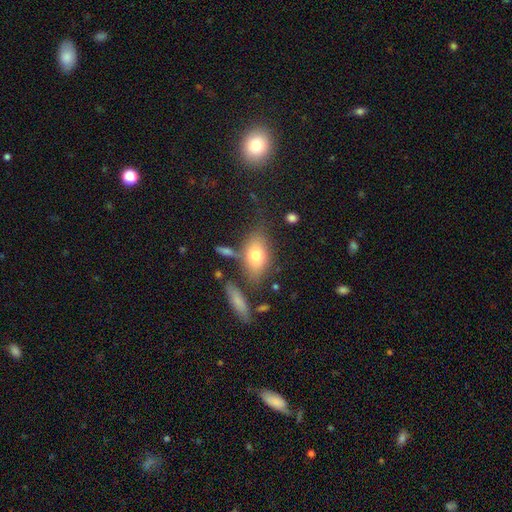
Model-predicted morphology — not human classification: Smooth or featured?
  - smooth: 72% *
  - featured or disk: 19%
  - star or artifact: 9%
How rounded?
  - in between: 82% *
  - round: 12%
  - cigar-shaped: 6%
Merging?
  - none: 64% *
  - minor disturbance: 17%
  - merger: 11%
  - major disturbance: 8%